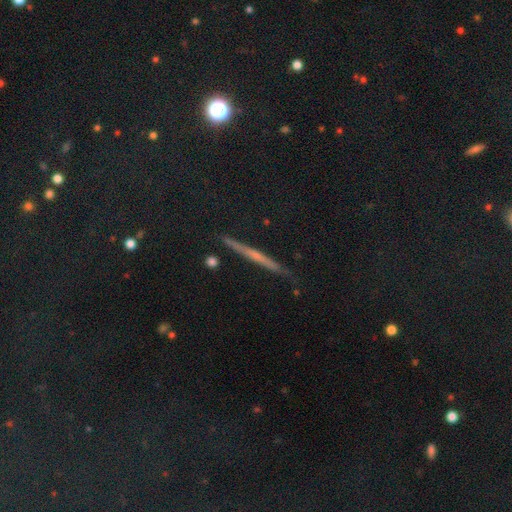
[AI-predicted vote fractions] featured or disk 59%, smooth 26%, star or artifact 15%. Down the decision tree: edge-on disk — yes (96%); edge-on bulge — none (55%); merging — none (88%).